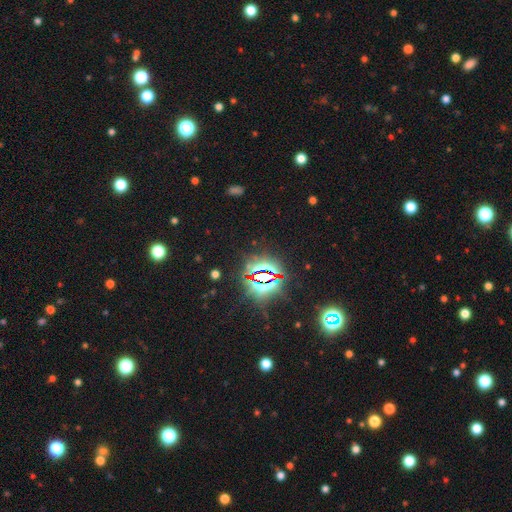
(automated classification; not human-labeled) This appears to be a star or artifact, not a galaxy (81%).